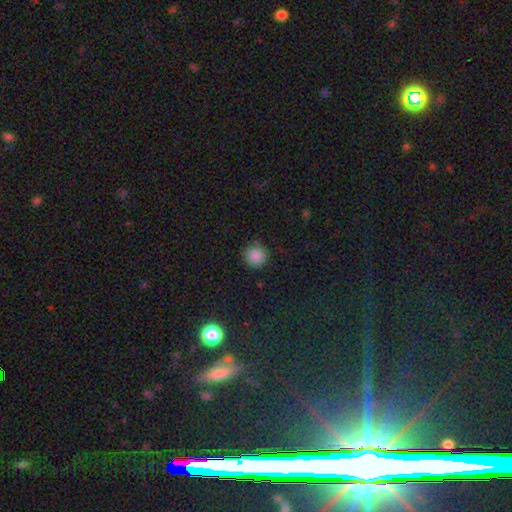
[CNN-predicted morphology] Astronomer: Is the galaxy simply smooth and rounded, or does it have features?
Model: smooth — 86%.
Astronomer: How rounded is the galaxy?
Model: round — 93%.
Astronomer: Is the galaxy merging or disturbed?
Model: none — 84%.